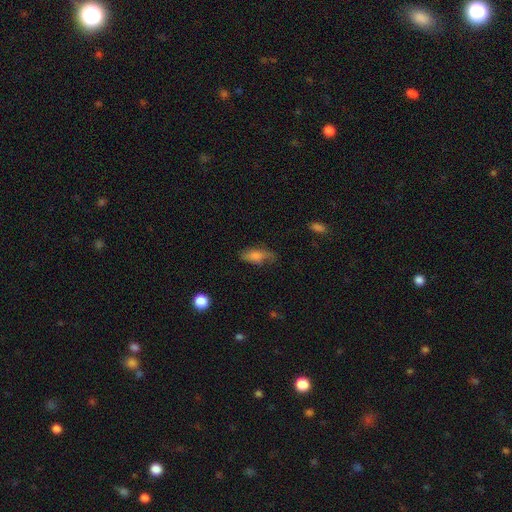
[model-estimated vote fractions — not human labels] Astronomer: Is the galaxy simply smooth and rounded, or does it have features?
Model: smooth — 72%.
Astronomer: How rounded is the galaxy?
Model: in between — 73%.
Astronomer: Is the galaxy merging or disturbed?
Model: none — 59%.